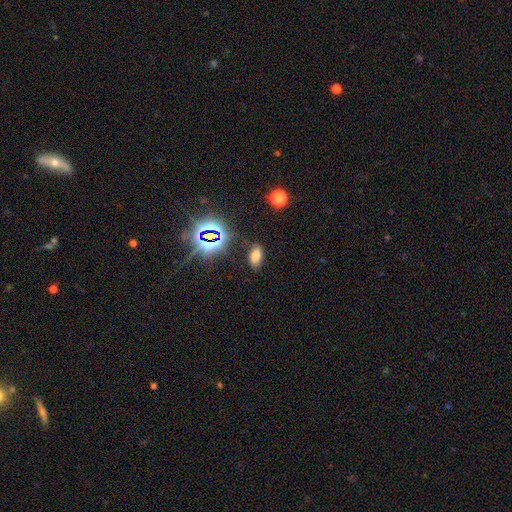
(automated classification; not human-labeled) This is likely a smooth galaxy (64%). How rounded: clearly in between (90%). Merging: likely none (79%).